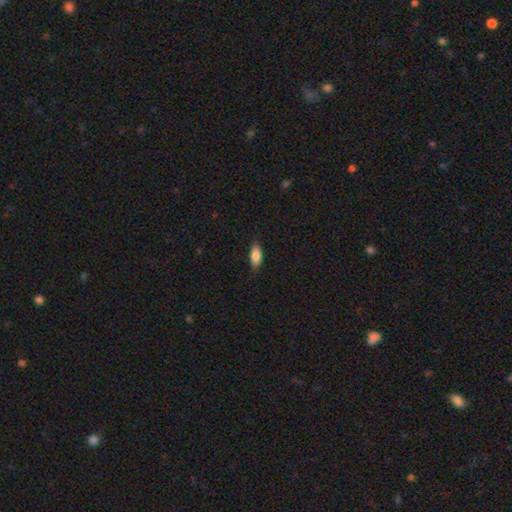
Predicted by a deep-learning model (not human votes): This is clearly a smooth galaxy (84%). How rounded: clearly in between (81%). Merging: clearly none (83%).